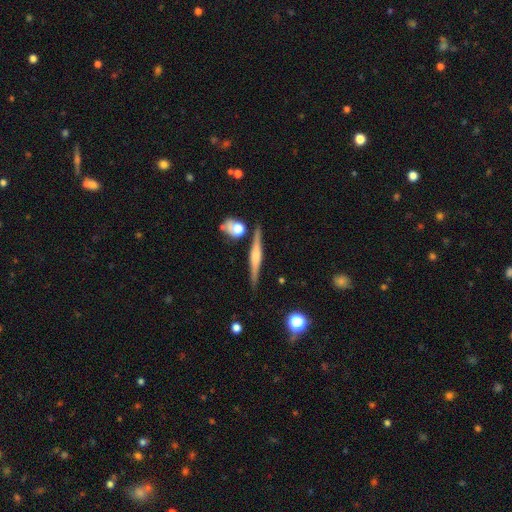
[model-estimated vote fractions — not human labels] A featured or disk galaxy (72%) viewed edge-on (97%) with a rounded central bulge (69%).

Vote fractions:
- Smooth or featured? featured or disk: 72% / smooth: 22% / star or artifact: 6%
- Edge-on disk? yes: 97% / no: 3%
- Edge-on bulge? rounded: 69% / boxy: 23% / none: 8%
- Merging? none: 85% / minor disturbance: 9% / merger: 4% / major disturbance: 2%